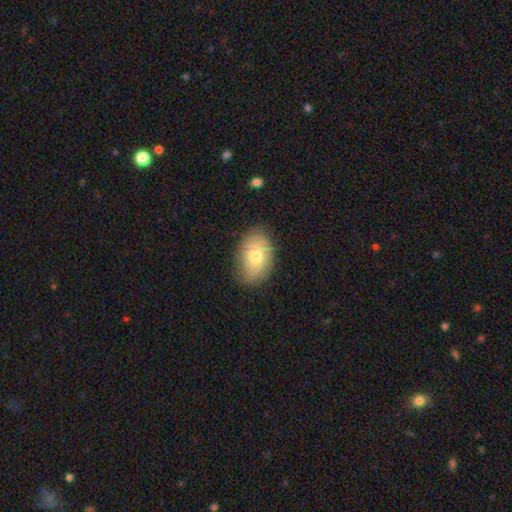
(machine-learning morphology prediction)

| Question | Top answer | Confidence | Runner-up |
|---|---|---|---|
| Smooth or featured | smooth | 71% | featured or disk (21%) |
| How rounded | in between | 84% | round (14%) |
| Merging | none | 78% | minor disturbance (17%) |